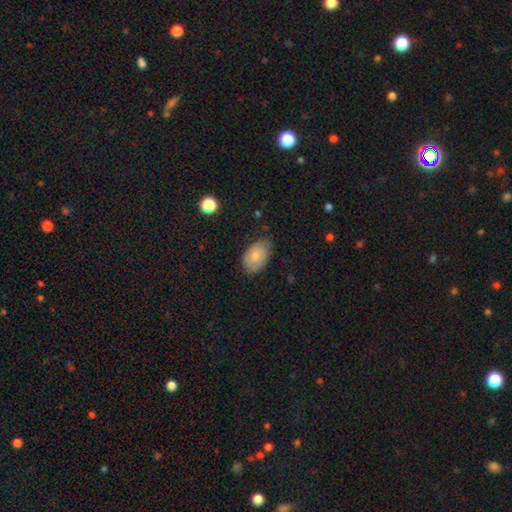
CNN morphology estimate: Smooth or featured? smooth (79%)
How rounded? in between (91%)
Merging? none (69%)